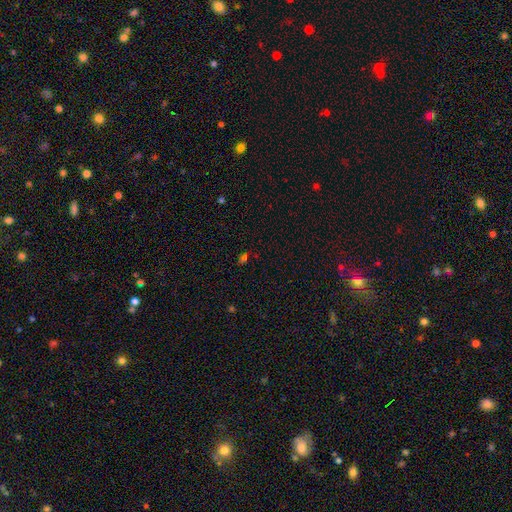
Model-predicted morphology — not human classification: Smooth or featured? smooth (49%)
Merging? none (69%)